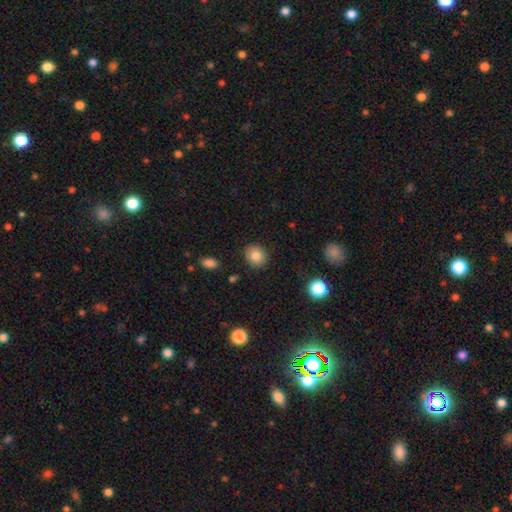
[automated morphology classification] This appears to be a smooth galaxy with no disk features (83%) that is round (76%). Merging: none (89%).